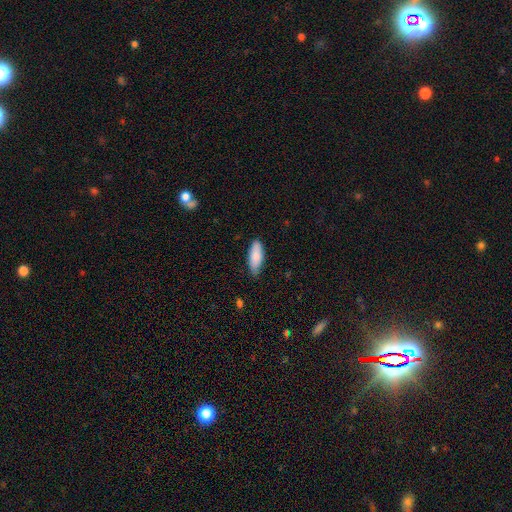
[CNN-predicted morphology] This is clearly a smooth galaxy (85%). How rounded: likely in between (75%). Merging: likely none (78%).